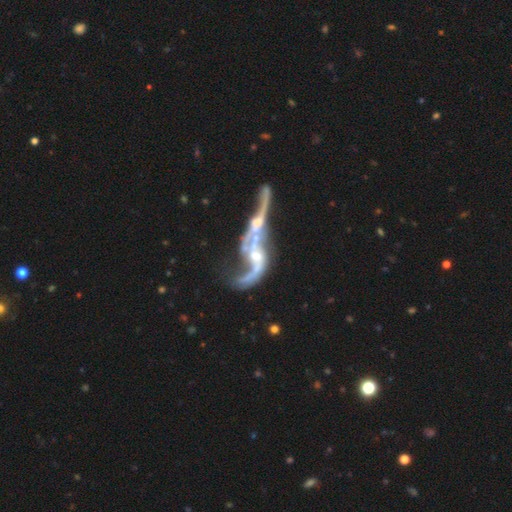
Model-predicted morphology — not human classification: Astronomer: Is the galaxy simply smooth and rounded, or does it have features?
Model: featured or disk — 80%.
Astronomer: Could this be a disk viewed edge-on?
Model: no — 91%.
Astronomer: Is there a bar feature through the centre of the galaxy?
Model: no — 64%.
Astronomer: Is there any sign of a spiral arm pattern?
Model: yes — 71%.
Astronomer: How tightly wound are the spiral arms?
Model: loose — 80%.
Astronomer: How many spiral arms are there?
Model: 2 — 60%.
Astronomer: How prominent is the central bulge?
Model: small — 37% (runner-up: moderate, 34%).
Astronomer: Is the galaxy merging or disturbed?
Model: merger — 62%.